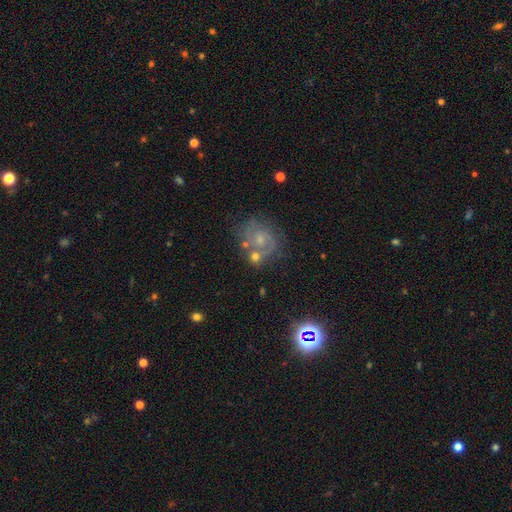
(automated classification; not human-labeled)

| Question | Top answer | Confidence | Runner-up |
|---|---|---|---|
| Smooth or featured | featured or disk | 62% | smooth (20%) |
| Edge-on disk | no | 97% | yes (3%) |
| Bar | no | 65% | weak (30%) |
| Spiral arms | yes | 87% | no (13%) |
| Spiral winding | tight | 43% | tied: medium (43%) |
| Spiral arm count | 2 | 61% | can't tell (20%) |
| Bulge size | small | 56% | moderate (30%) |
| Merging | none | 59% | minor disturbance (17%) |